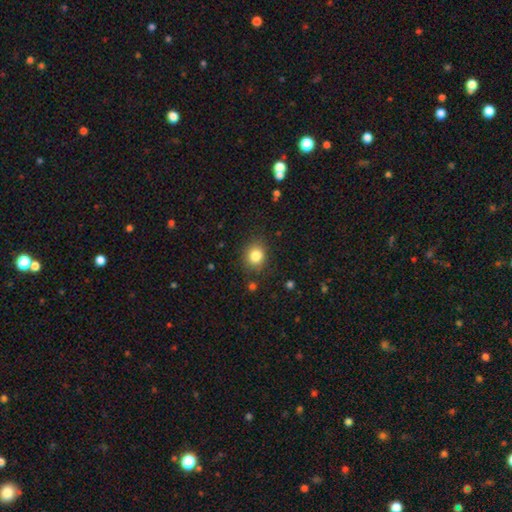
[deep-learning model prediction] A smooth galaxy with no disk features (84%) that is round (70%). Merging: none (82%).